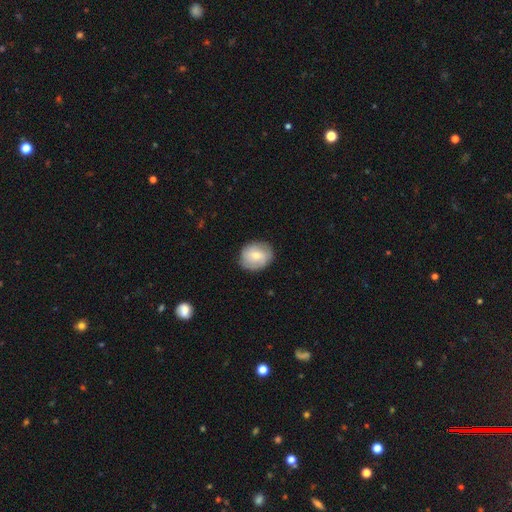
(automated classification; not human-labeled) Morphology: type=smooth (54%); roundness=round (69%); merging=none (83%).